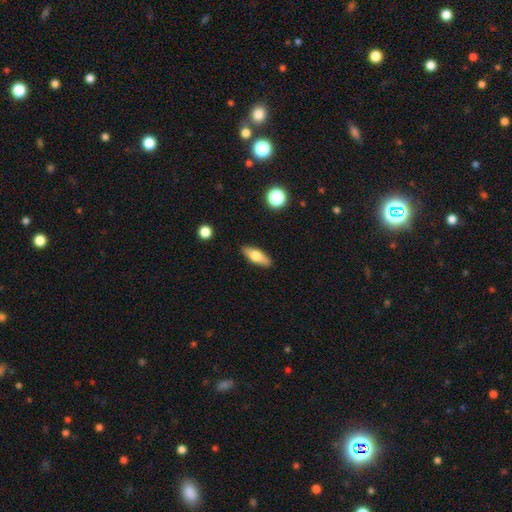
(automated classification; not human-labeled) Smooth or featured: smooth — 63% (featured or disk — 30%)
How rounded: in between — 68% (cigar-shaped — 29%)
Merging: none — 87% (minor disturbance — 9%)